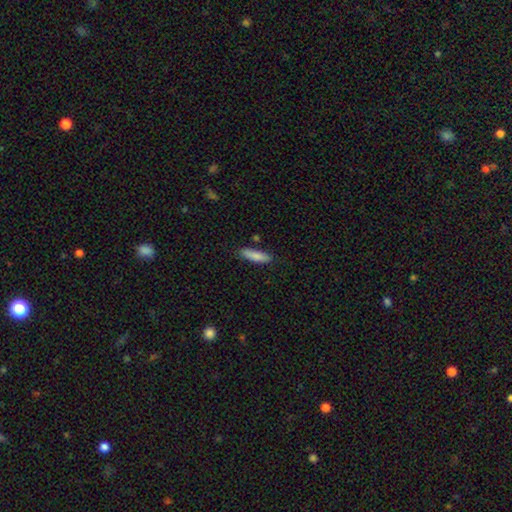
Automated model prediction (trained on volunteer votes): Smooth or featured? smooth (84%)
How rounded? cigar-shaped (67%)
Merging? none (81%)